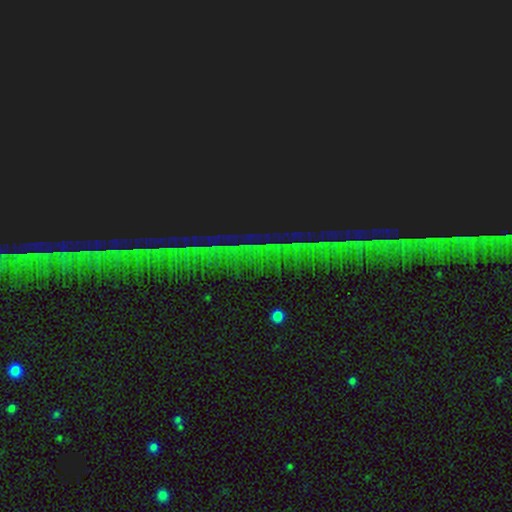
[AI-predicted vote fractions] Smooth or featured?
  - star or artifact: 87% *
  - featured or disk: 8%
  - smooth: 5%